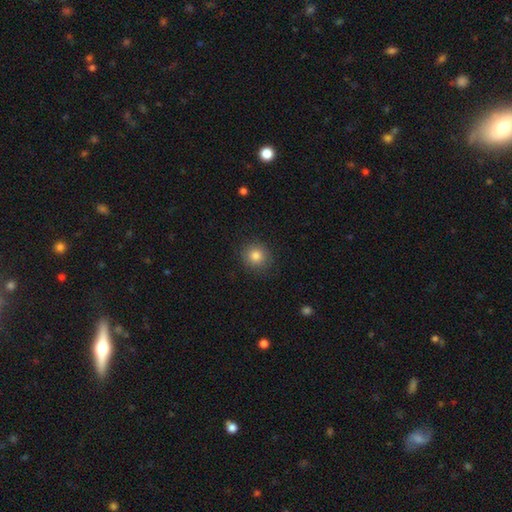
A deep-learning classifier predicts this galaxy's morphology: A smooth galaxy with no disk features (82%) that is round (88%). Merging: none (87%).